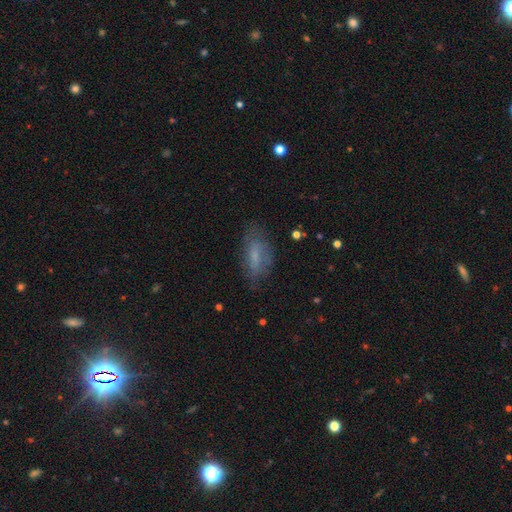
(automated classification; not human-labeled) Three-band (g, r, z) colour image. It shows a smooth galaxy with no disk features (57%) that is in between round and cigar-shaped (79%). Merging: none (67%).